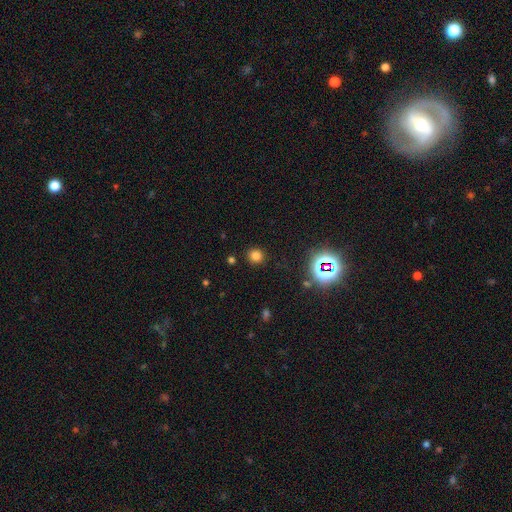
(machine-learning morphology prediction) This is likely a smooth galaxy (75%). How rounded: clearly round (89%). Merging: clearly none (89%).